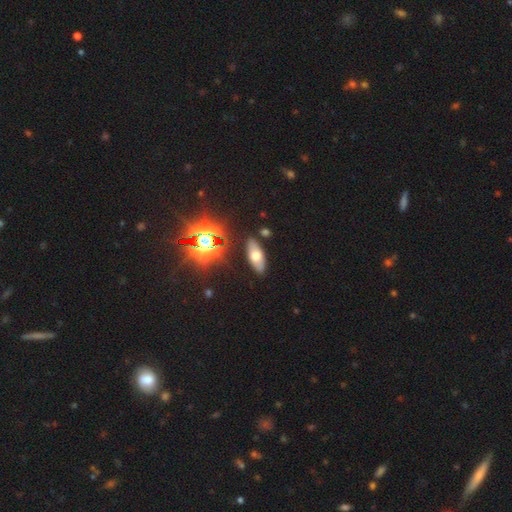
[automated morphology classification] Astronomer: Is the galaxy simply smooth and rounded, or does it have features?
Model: smooth — 55%.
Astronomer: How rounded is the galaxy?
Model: in between — 78%.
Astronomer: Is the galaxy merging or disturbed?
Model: none — 87%.